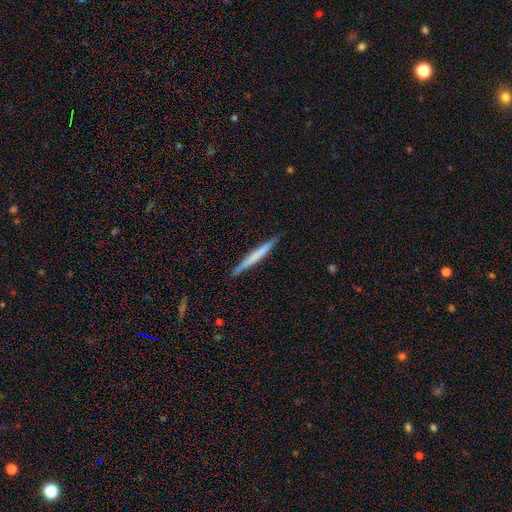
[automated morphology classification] A smooth galaxy with no disk features (54%) that is cigar-shaped (97%). Merging: none (88%).